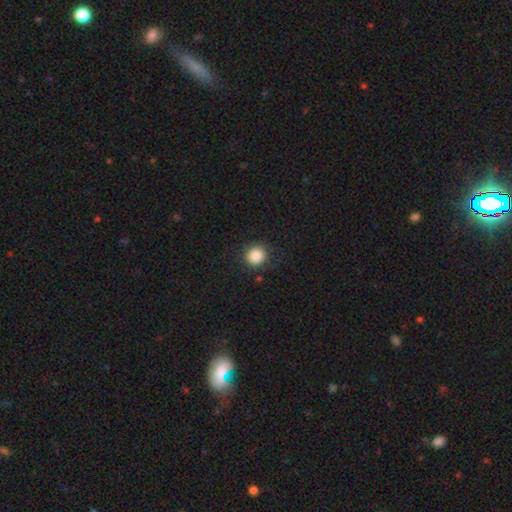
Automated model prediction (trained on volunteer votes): Smooth or featured? smooth (85%)
How rounded? round (93%)
Merging? none (86%)